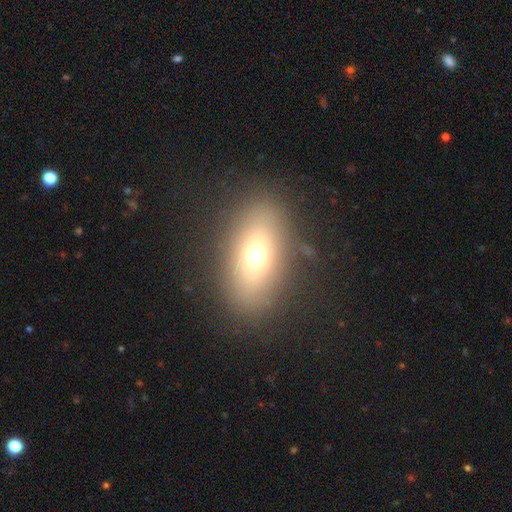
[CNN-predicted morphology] A smooth galaxy with no disk features (64%) that is in between round and cigar-shaped (78%). Merging: none (84%).